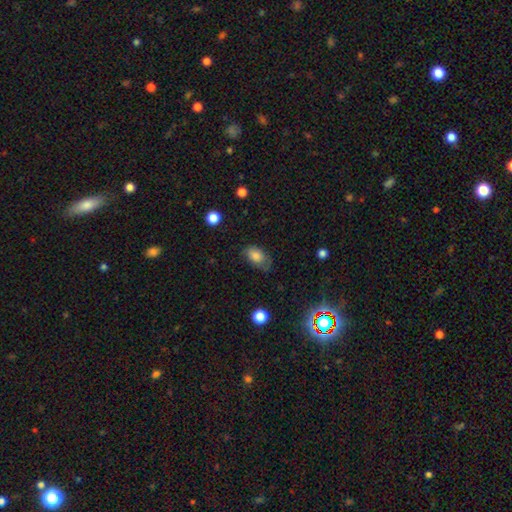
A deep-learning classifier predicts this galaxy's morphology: smooth-or-featured: smooth: 77% | featured or disk: 14% | star or artifact: 9%
  how-rounded: in between: 89% | round: 9% | cigar-shaped: 2%
  merging: none: 56% | minor disturbance: 30% | major disturbance: 12% | merger: 2%